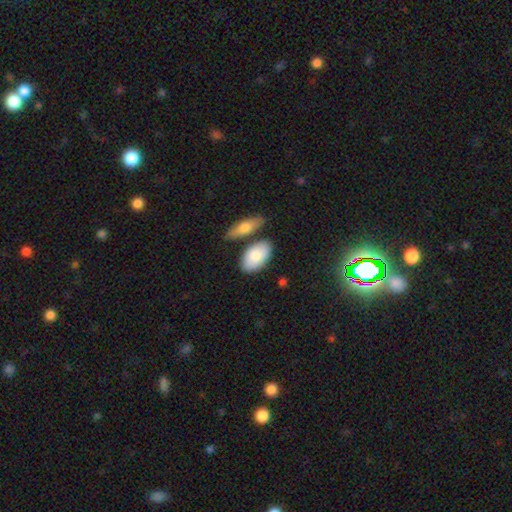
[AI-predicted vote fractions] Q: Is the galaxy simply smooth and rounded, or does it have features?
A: smooth — 83%.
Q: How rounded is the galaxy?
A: in between — 93%.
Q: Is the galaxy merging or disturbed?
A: none — 66%.